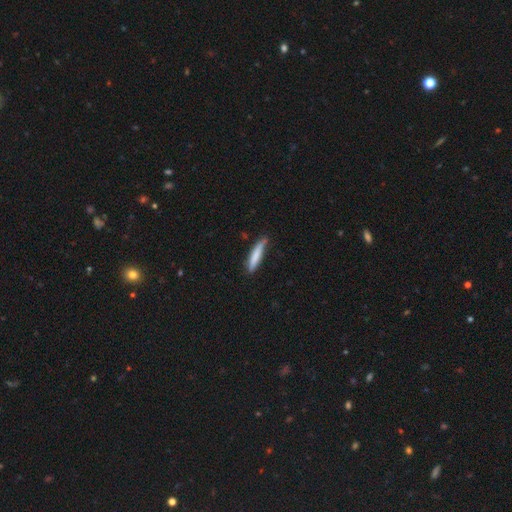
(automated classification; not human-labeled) A smooth galaxy with no disk features (76%) that is cigar-shaped (90%). Merging: none (67%).